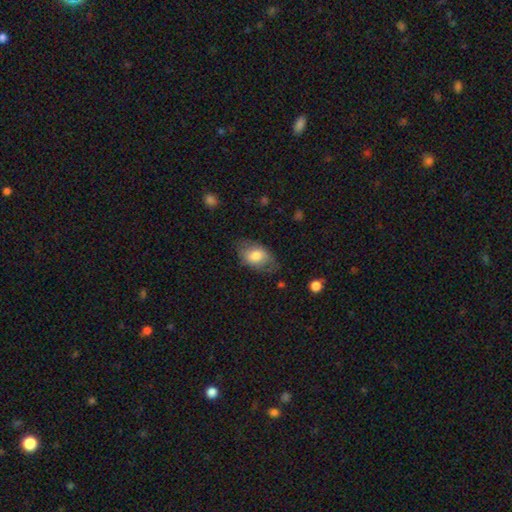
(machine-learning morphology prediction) Overall: smooth (72%). How rounded: in between (86%). Merging: none (65%).